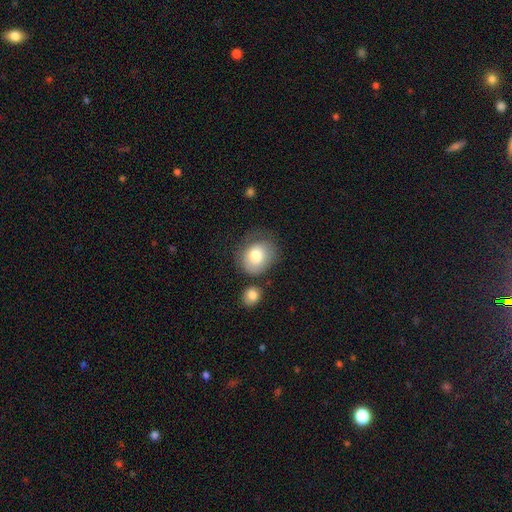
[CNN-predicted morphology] A smooth galaxy with no disk features (77%) that is round (59%).

Vote fractions:
- Smooth or featured? smooth: 77% / featured or disk: 15% / star or artifact: 8%
- How rounded? round: 59% / in between: 41% / cigar-shaped: 1%
- Merging? none: 54% / minor disturbance: 25% / major disturbance: 12% / merger: 10%